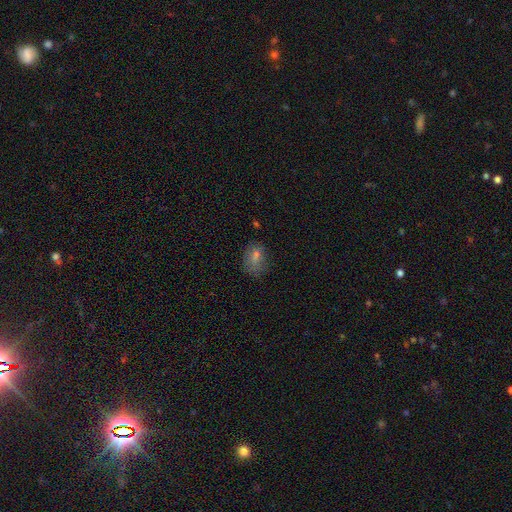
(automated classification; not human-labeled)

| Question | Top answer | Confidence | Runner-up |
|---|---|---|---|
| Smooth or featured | smooth | 62% | star or artifact (20%) |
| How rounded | in between | 73% | round (24%) |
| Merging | none | 61% | minor disturbance (24%) |